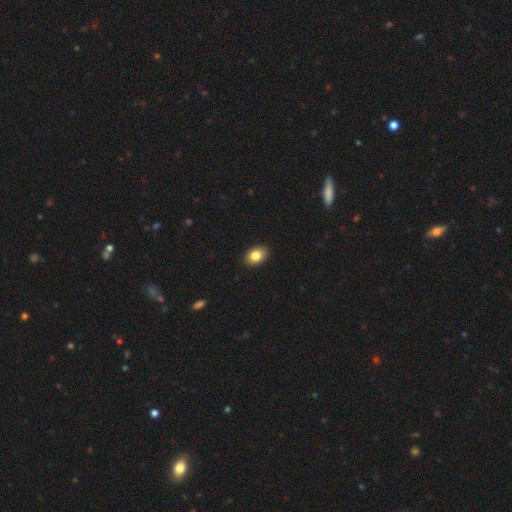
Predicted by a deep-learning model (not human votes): Smooth or featured? smooth (84%)
How rounded? in between (80%)
Merging? none (90%)